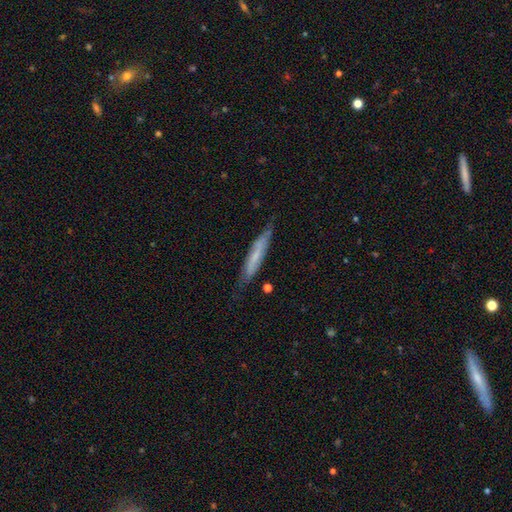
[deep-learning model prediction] Morphology: type=featured or disk (49%); merging=none (72%).